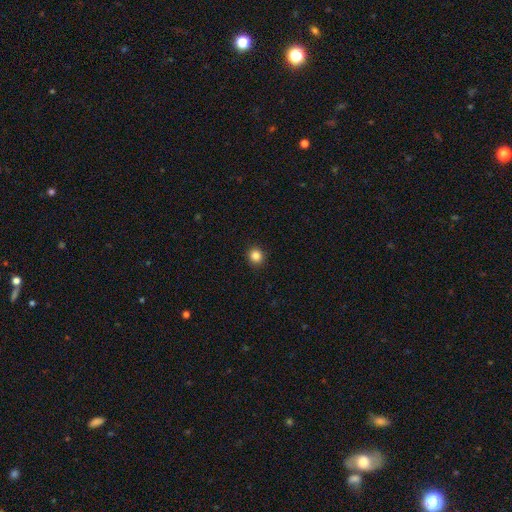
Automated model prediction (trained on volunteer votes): A smooth galaxy with no disk features (85%) that is round (89%). Merging: none (92%).